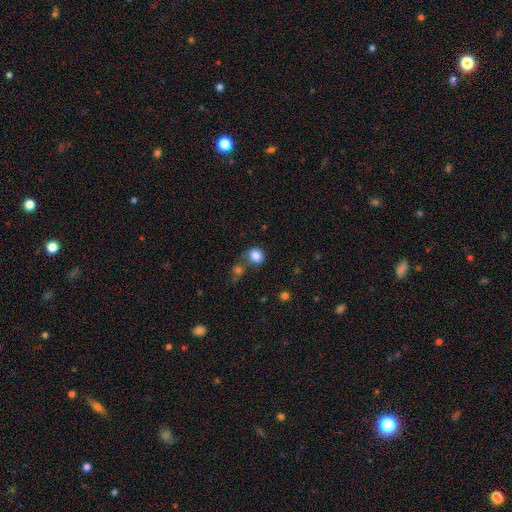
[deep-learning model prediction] Smooth or featured: smooth — 85% (star or artifact — 10%)
How rounded: round — 67% (in between — 32%)
Merging: none — 61% (merger — 19%)